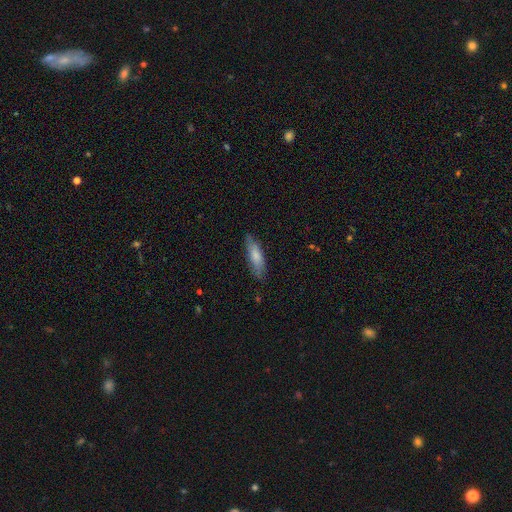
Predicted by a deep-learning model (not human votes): smooth 74%, featured or disk 21%, star or artifact 6%. Down the decision tree: how rounded — cigar-shaped (60%); merging — none (78%).